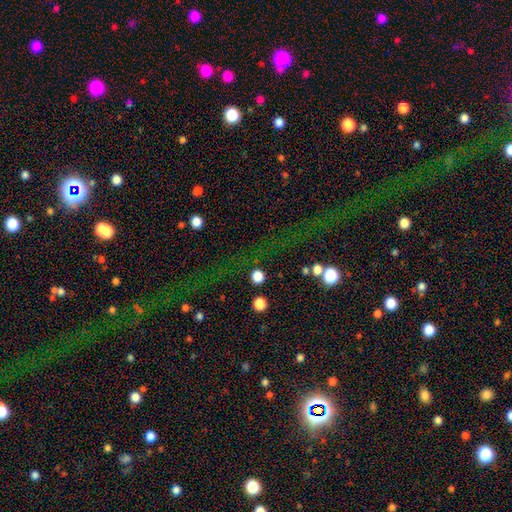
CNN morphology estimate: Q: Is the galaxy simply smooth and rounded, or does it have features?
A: star or artifact — 76%.